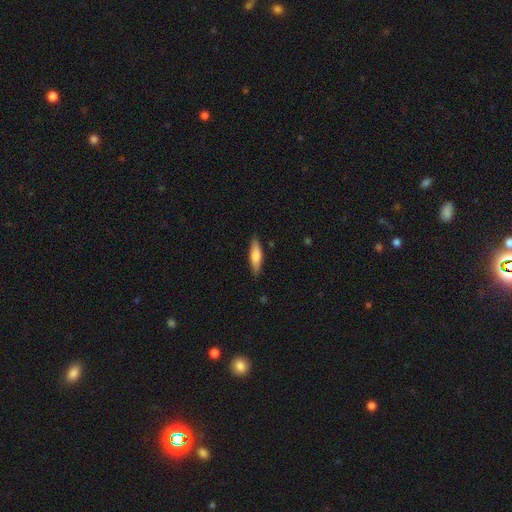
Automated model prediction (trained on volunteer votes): smooth_or_featured: smooth (p=0.72) [alt: featured or disk p=0.22]
how_rounded: cigar-shaped (p=0.62) [alt: in between p=0.36]
merging: none (p=0.86) [alt: minor disturbance p=0.11]